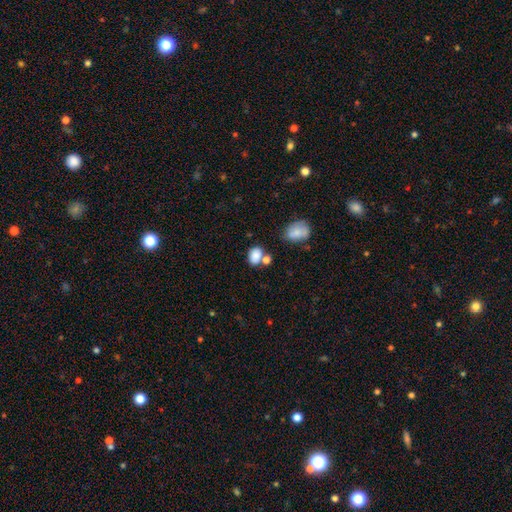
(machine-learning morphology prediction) A smooth galaxy with no disk features (83%) that is in between round and cigar-shaped (67%).

Vote fractions:
- Smooth or featured? smooth: 83% / star or artifact: 10% / featured or disk: 7%
- How rounded? in between: 67% / round: 32% / cigar-shaped: 1%
- Merging? none: 49% / merger: 28% / minor disturbance: 16% / major disturbance: 6%